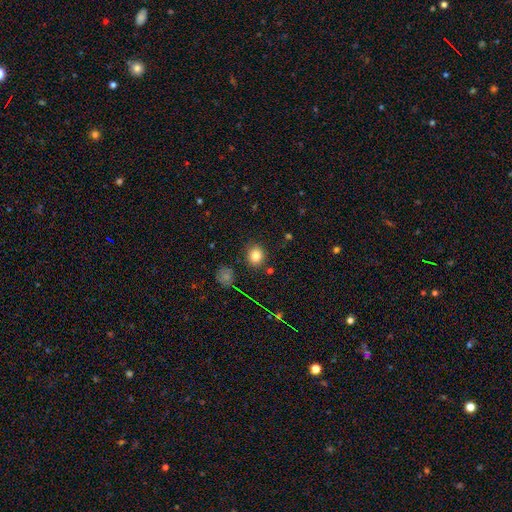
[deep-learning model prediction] smooth_or_featured: smooth (p=0.81) [alt: star or artifact p=0.12]
how_rounded: round (p=0.69) [alt: in between p=0.29]
merging: none (p=0.86) [alt: minor disturbance p=0.09]